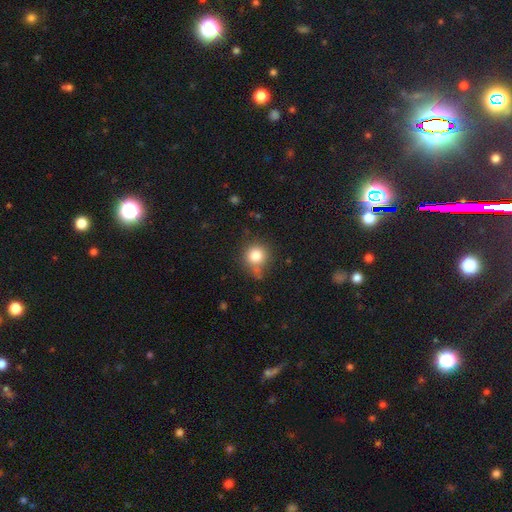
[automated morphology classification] Smooth or featured?
  - smooth: 81% *
  - star or artifact: 12%
  - featured or disk: 7%
How rounded?
  - round: 90% *
  - in between: 9%
  - cigar-shaped: 1%
Merging?
  - none: 68% *
  - minor disturbance: 19%
  - merger: 7%
  - major disturbance: 6%